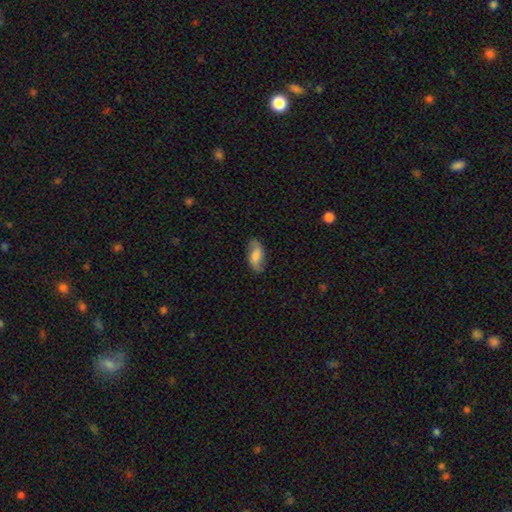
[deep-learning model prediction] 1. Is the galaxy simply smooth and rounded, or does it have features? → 49% featured or disk, 43% smooth, 8% star or artifact.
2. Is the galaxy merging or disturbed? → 79% none, 15% minor disturbance, 4% major disturbance, 1% merger.